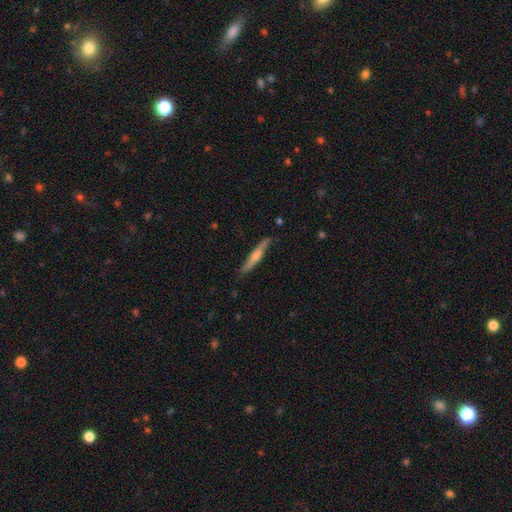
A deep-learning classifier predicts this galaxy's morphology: This is possibly a featured or disk galaxy (59%). It is clearly viewed edge-on (94%). Edge-on bulge: clearly rounded (80%). Merging: clearly none (86%).